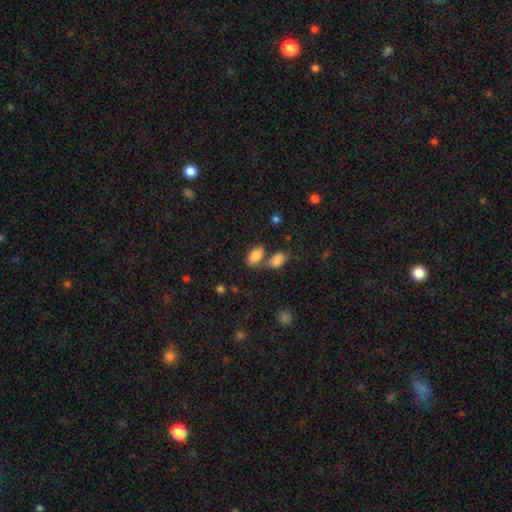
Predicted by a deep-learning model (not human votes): Overall: smooth (84%). How rounded: in between (92%). Merging: none (56%; merger 27%).